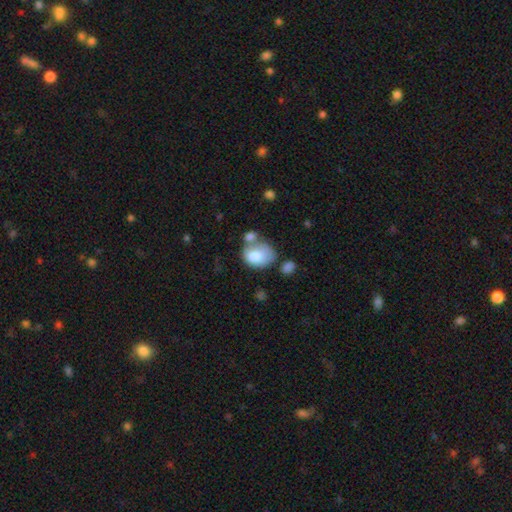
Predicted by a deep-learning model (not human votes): A smooth galaxy with no disk features (73%) that is in between round and cigar-shaped (61%). Merging: merger (32%).